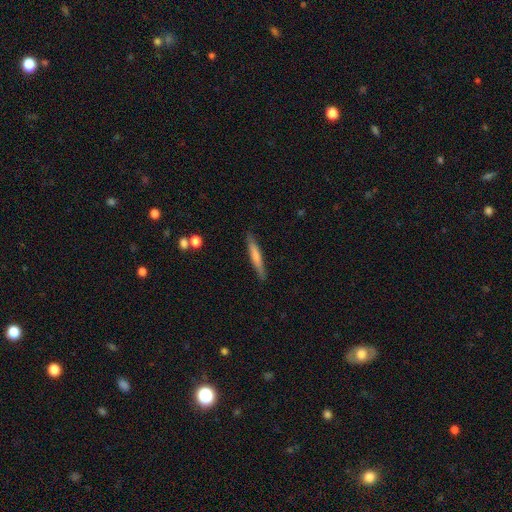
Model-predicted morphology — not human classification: smooth_or_featured: smooth (p=0.64) [alt: featured or disk p=0.30]
how_rounded: cigar-shaped (p=0.94) [alt: in between p=0.05]
merging: none (p=0.88) [alt: minor disturbance p=0.09]